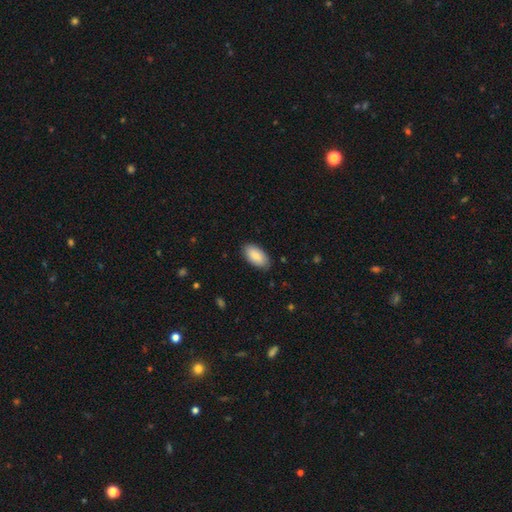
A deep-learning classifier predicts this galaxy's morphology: This is clearly a smooth galaxy (86%). How rounded: clearly in between (95%). Merging: clearly none (85%).